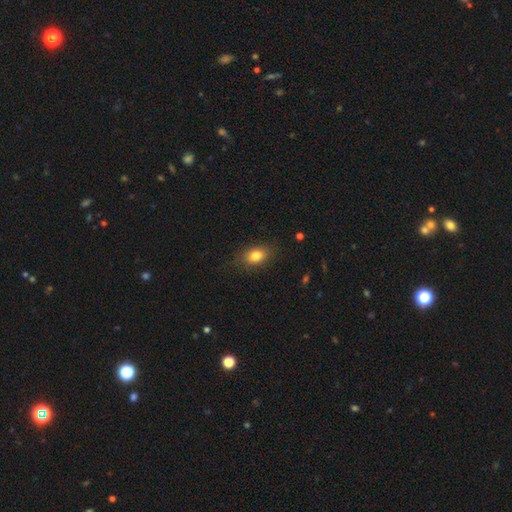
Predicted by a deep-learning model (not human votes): This appears to be a smooth galaxy with no disk features (82%) that is in between round and cigar-shaped (79%). Merging: none (81%).